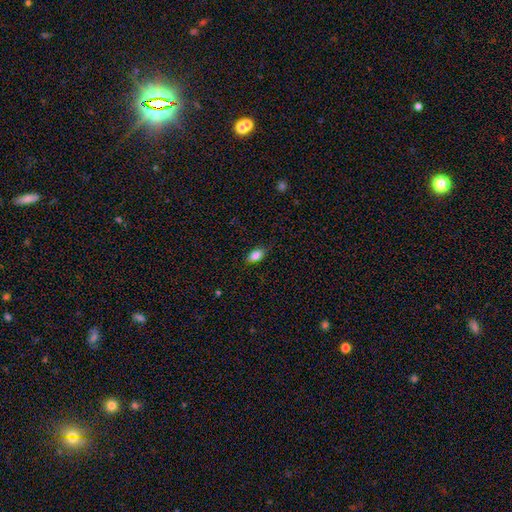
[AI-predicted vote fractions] A smooth galaxy with no disk features (84%) that is in between round and cigar-shaped (89%).

Vote fractions:
- Smooth or featured? smooth: 84% / star or artifact: 8% / featured or disk: 8%
- How rounded? in between: 89% / round: 5% / cigar-shaped: 5%
- Merging? none: 84% / minor disturbance: 12% / major disturbance: 2% / merger: 1%